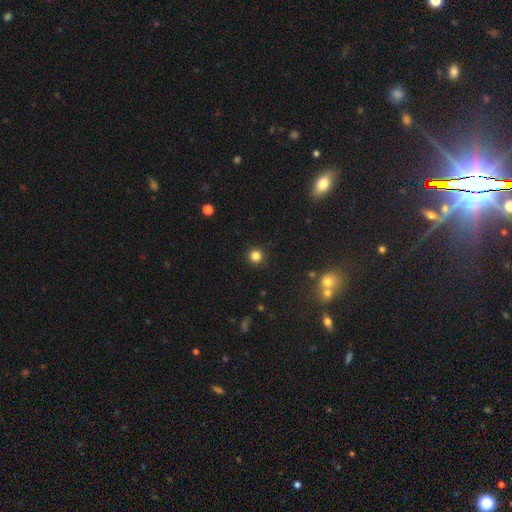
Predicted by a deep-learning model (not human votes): A smooth galaxy with no disk features (83%) that is round (95%).

Vote fractions:
- Smooth or featured? smooth: 83% / star or artifact: 13% / featured or disk: 4%
- How rounded? round: 95% / in between: 4% / cigar-shaped: 1%
- Merging? none: 92% / minor disturbance: 5% / major disturbance: 2% / merger: 1%